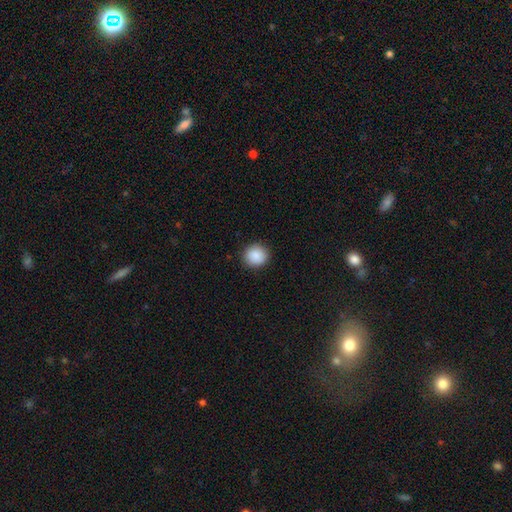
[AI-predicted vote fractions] The model was most divided on "how rounded": round: 89%, in between: 10%, cigar-shaped: 1%. More confident: merging — none (91%); smooth or featured — smooth (89%).